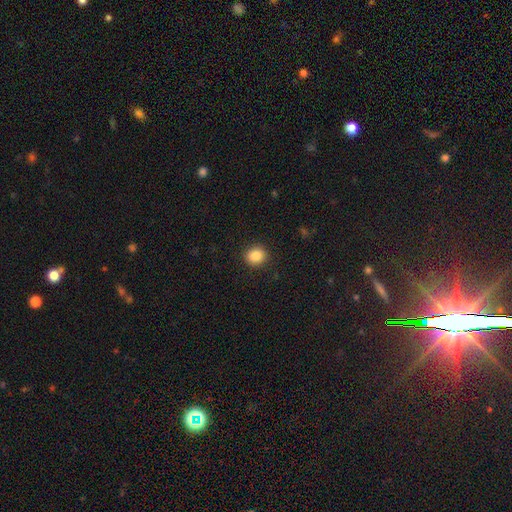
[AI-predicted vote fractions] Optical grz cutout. It shows a smooth galaxy with no disk features (87%) that is round (76%). Merging: none (90%).